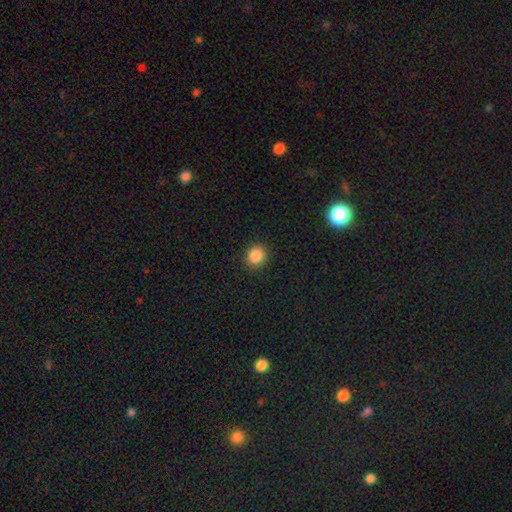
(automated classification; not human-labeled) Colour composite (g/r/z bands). It shows a smooth galaxy with no disk features (87%) that is round (85%). Merging: none (91%).